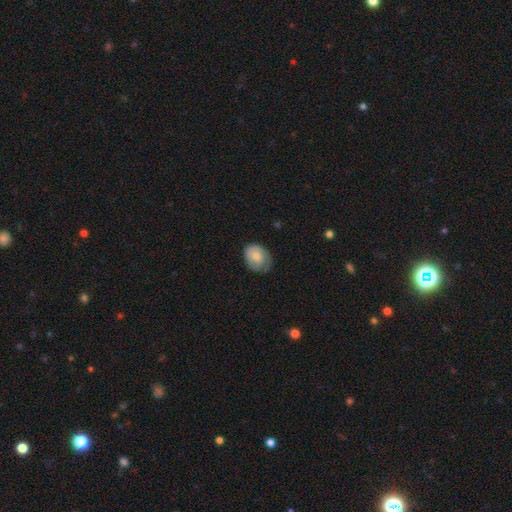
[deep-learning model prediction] The model was most divided on "how rounded": in between: 56%, round: 43%, cigar-shaped: 1%. More confident: smooth or featured — smooth (69%); merging — none (58%).